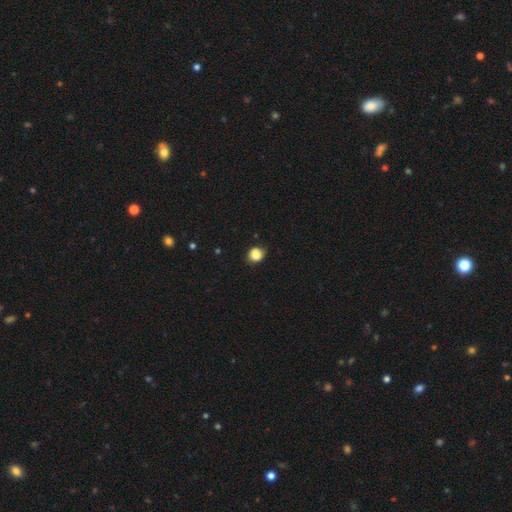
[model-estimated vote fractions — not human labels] This appears to be a smooth galaxy with no disk features (85%) that is round (73%). Merging: none (78%).